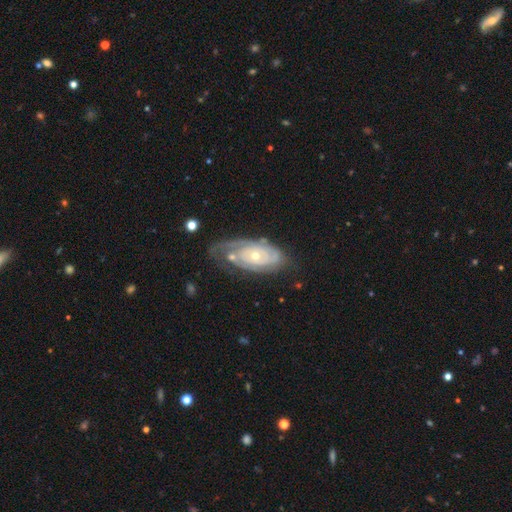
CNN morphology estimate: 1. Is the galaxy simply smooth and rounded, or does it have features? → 82% featured or disk, 12% smooth, 6% star or artifact.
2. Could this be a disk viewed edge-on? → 94% no, 6% yes.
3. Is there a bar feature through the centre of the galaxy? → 78% no, 18% weak, 5% strong.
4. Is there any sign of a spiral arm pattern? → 91% yes, 9% no.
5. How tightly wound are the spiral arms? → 71% tight, 22% medium, 6% loose.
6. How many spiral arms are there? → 36% can't tell, 35% 2, 11% 3, 10% 1, 4% 4, 3% more than 4.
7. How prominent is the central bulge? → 60% small, 37% moderate, 1% large, 1% none, 1% dominant.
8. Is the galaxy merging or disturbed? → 51% none, 26% minor disturbance, 17% major disturbance, 5% merger.